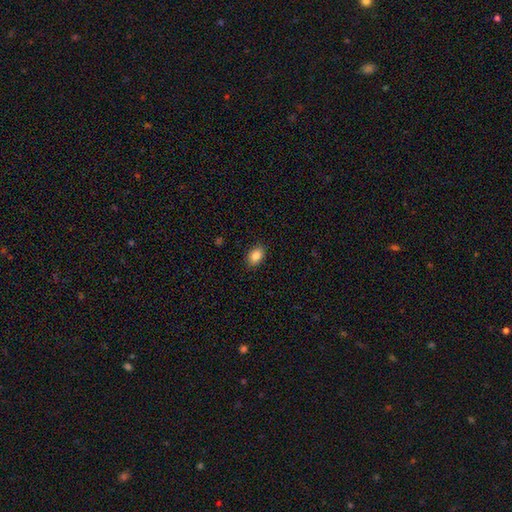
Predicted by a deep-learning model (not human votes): smooth_or_featured: smooth (p=0.86) [alt: star or artifact p=0.08]
how_rounded: in between (p=0.84) [alt: round p=0.14]
merging: none (p=0.88) [alt: minor disturbance p=0.09]